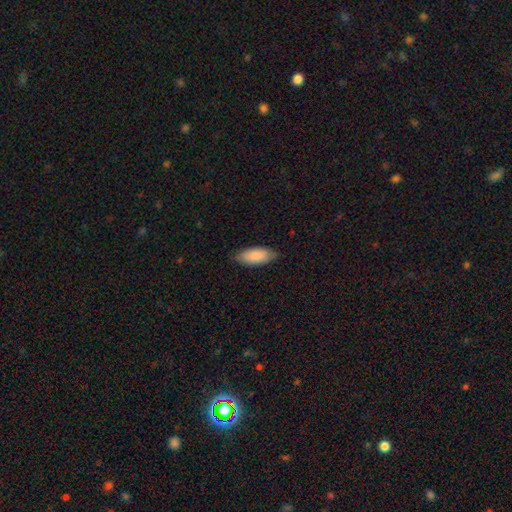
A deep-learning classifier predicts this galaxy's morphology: smooth_or_featured: smooth (p=0.88) [alt: featured or disk p=0.07]
how_rounded: in between (p=0.85) [alt: cigar-shaped p=0.13]
merging: none (p=0.82) [alt: minor disturbance p=0.15]